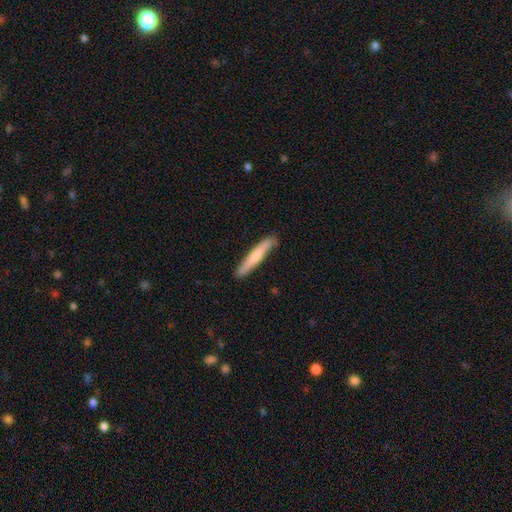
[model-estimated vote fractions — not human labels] Smooth or featured: smooth — 65% (featured or disk — 31%)
How rounded: cigar-shaped — 94% (in between — 5%)
Merging: none — 83% (minor disturbance — 13%)